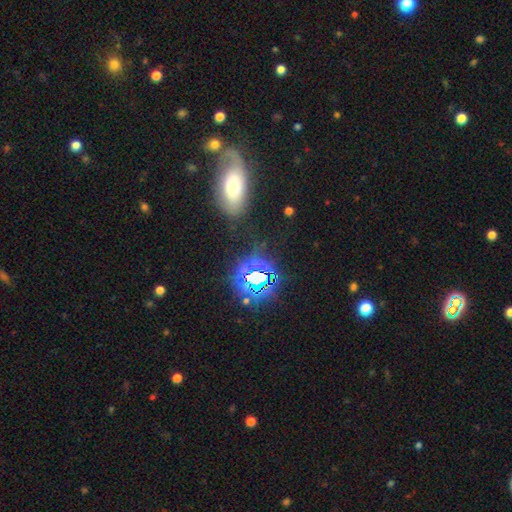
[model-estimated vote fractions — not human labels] This is marginally a smooth galaxy (41%). Merging: likely none (70%).